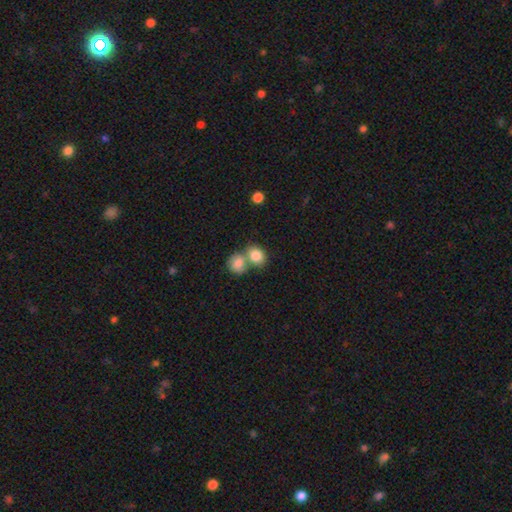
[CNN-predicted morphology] A smooth galaxy with no disk features (84%) that is round (55%). Merging: merger (55%).